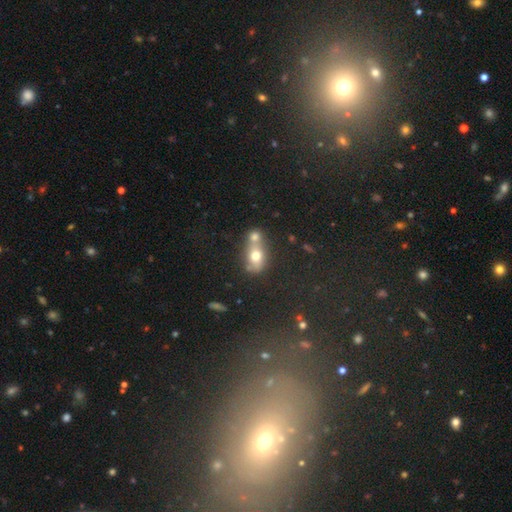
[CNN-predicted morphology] Smooth or featured?
  - smooth: 68% *
  - featured or disk: 19%
  - star or artifact: 13%
How rounded?
  - in between: 62% *
  - round: 34%
  - cigar-shaped: 3%
Merging?
  - merger: 56% *
  - none: 30%
  - minor disturbance: 9%
  - major disturbance: 4%